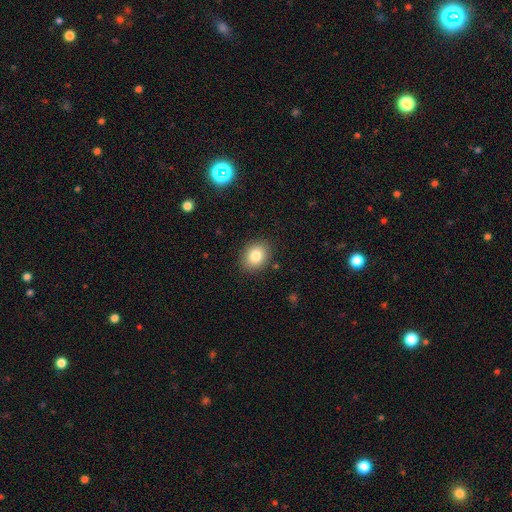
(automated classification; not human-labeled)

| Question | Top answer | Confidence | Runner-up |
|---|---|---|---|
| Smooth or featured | smooth | 83% | star or artifact (9%) |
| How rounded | in between | 53% | round (47%) |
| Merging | none | 87% | minor disturbance (9%) |